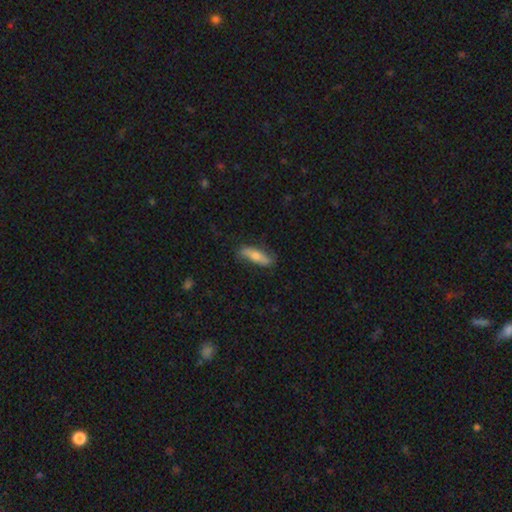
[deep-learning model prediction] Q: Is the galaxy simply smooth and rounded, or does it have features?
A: smooth — 63%.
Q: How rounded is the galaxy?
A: cigar-shaped — 56%.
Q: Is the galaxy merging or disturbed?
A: none — 77%.